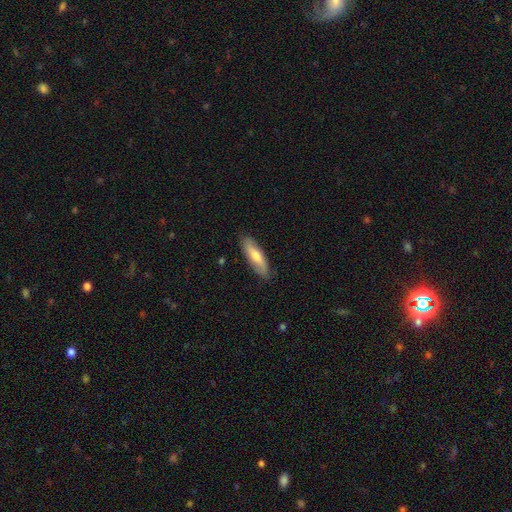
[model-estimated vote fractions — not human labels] The model was most divided on "how rounded": cigar-shaped: 51%, in between: 47%, round: 2%. More confident: merging — none (85%); smooth or featured — smooth (58%).